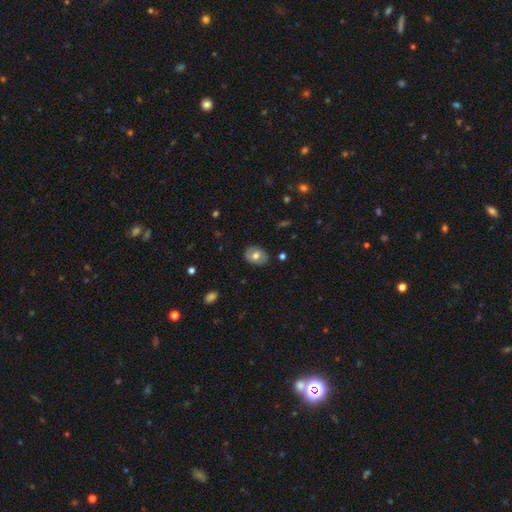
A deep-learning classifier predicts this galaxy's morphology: A smooth galaxy with no disk features (63%) that is in between round and cigar-shaped (60%). Merging: none (84%).